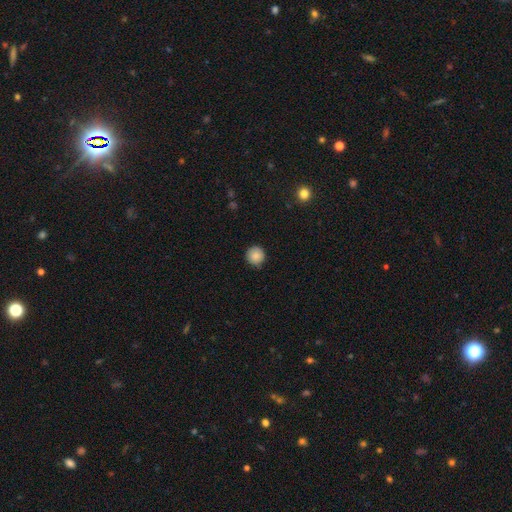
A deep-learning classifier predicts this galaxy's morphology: Smooth or featured? Predicted: smooth (p=0.86). How rounded? Predicted: round (p=0.95). Merging? Predicted: none (p=0.87).